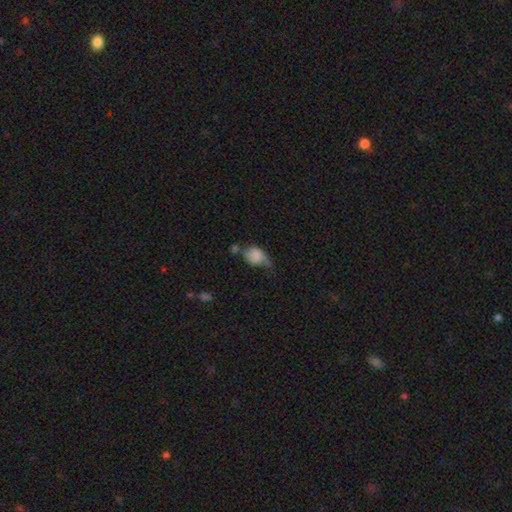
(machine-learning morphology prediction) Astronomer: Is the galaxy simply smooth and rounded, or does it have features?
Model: smooth — 71%.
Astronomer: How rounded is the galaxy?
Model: in between — 67%.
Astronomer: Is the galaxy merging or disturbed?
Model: minor disturbance — 38% (runner-up: major disturbance, 29%).